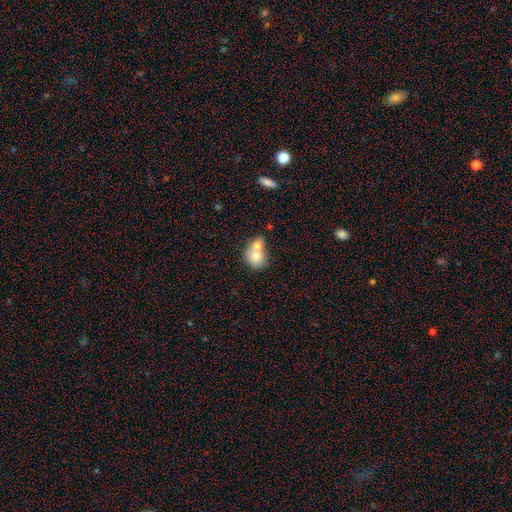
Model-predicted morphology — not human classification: The model was most divided on "how rounded": round: 55%, in between: 44%, cigar-shaped: 1%. More confident: smooth or featured — smooth (72%); merging — merger (70%).